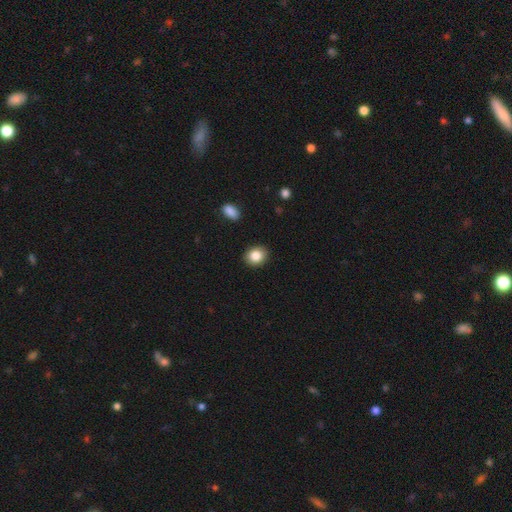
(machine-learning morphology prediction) A smooth galaxy with no disk features (85%) that is round (59%). Merging: none (90%).